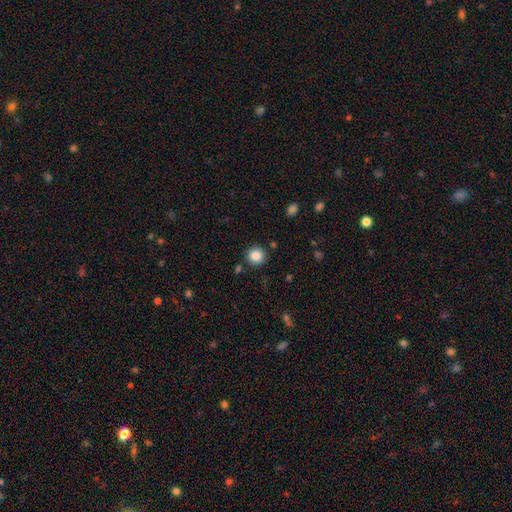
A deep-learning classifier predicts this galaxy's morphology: type=smooth (86%); roundness=round (94%); merging=none (88%).